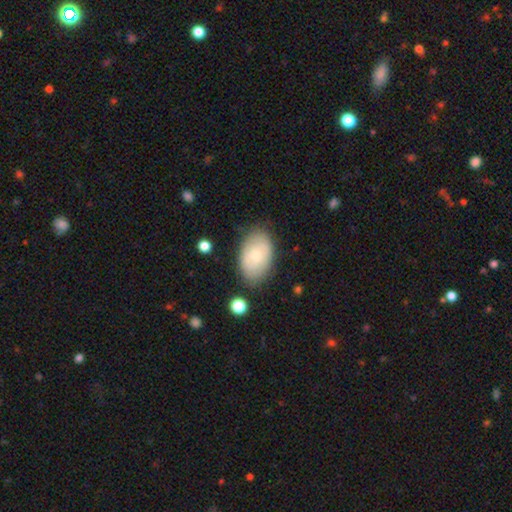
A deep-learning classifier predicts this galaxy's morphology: A smooth galaxy with no disk features (71%) that is in between round and cigar-shaped (92%).

Vote fractions:
- Smooth or featured? smooth: 71% / featured or disk: 22% / star or artifact: 7%
- How rounded? in between: 92% / round: 7% / cigar-shaped: 1%
- Merging? none: 79% / minor disturbance: 16% / major disturbance: 4% / merger: 2%